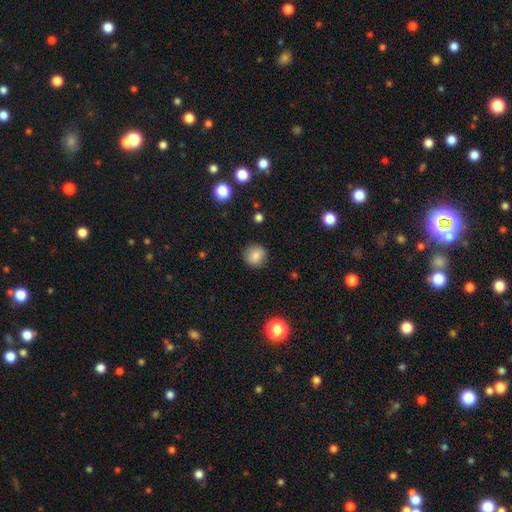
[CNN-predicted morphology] Q: Smooth or featured?
A: smooth (84%); runner-up: star or artifact (10%)
Q: How rounded?
A: round (90%); runner-up: in between (9%)
Q: Merging?
A: none (89%); runner-up: minor disturbance (8%)